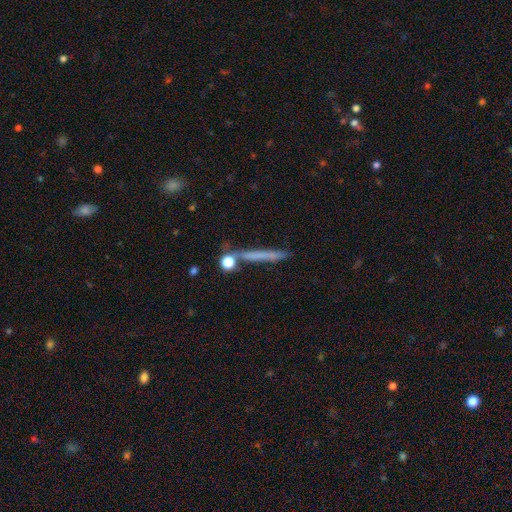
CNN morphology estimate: smooth 54%, featured or disk 36%, star or artifact 11%. Down the decision tree: how rounded — cigar-shaped (92%); merging — none (82%).